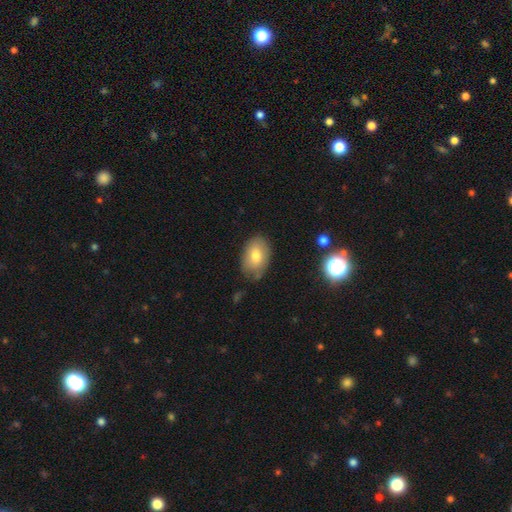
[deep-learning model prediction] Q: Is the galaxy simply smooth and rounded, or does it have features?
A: smooth — 77%.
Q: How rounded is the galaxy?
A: in between — 87%.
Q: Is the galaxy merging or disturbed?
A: none — 70%.